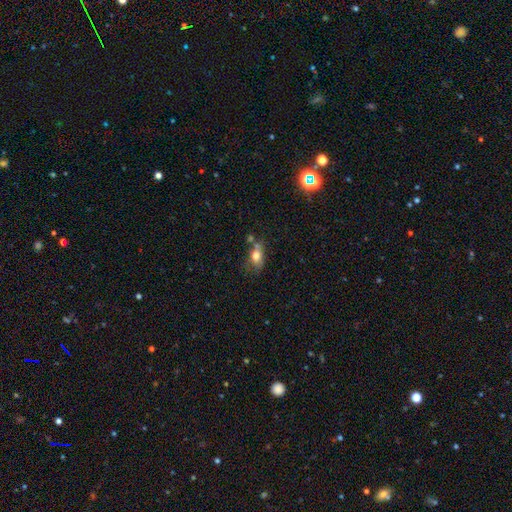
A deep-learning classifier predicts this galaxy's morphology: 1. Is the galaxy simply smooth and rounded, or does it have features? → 74% smooth, 16% featured or disk, 10% star or artifact.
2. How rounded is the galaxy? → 75% in between, 21% round, 4% cigar-shaped.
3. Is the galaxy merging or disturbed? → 39% none, 26% merger, 23% minor disturbance, 11% major disturbance.